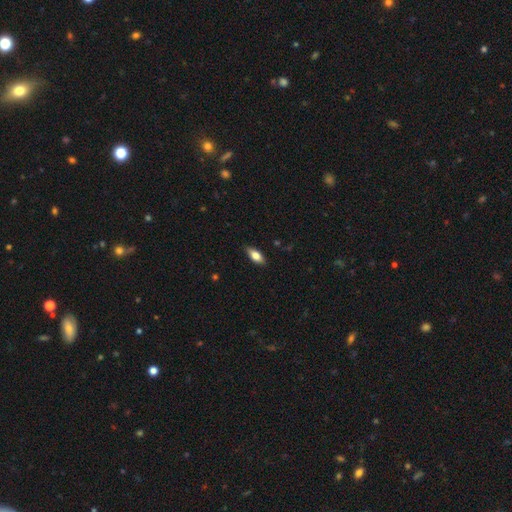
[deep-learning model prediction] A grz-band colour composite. It shows a smooth galaxy with no disk features (73%) that is in between round and cigar-shaped (82%). Merging: none (86%).